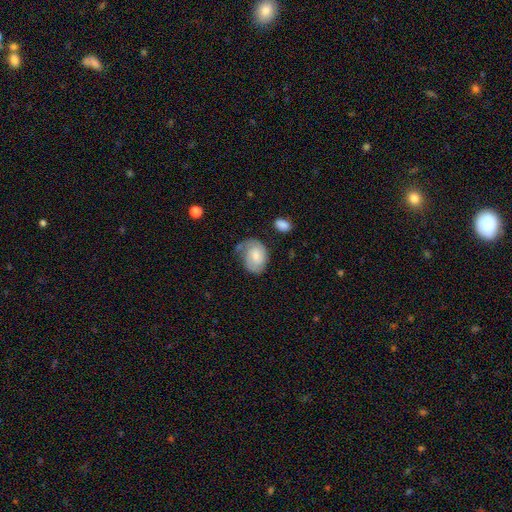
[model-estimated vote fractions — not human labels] Smooth or featured? Predicted: featured or disk (p=0.56). Edge-on disk? Predicted: no (p=0.97). Bar? Predicted: no (p=0.51). Spiral arms? Predicted: yes (p=0.89). Bulge size? Predicted: small (p=0.42). Merging? Predicted: none (p=0.51).